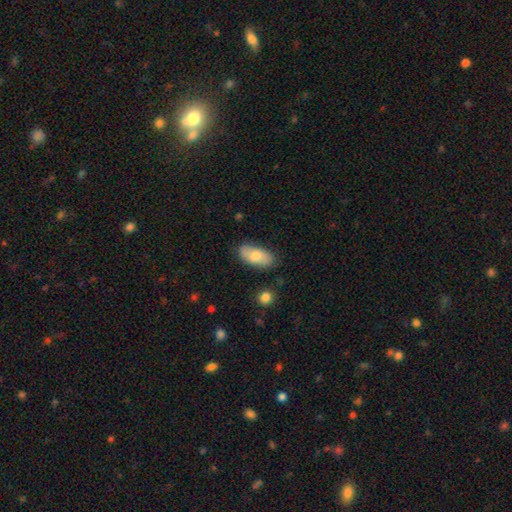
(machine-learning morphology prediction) A smooth galaxy with no disk features (73%) that is in between round and cigar-shaped (89%). Merging: none (77%).